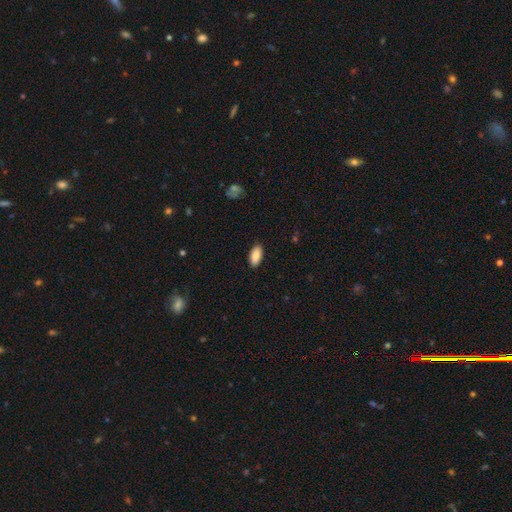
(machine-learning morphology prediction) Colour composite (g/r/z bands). It shows a smooth galaxy with no disk features (88%) that is in between round and cigar-shaped (91%). Merging: none (88%).